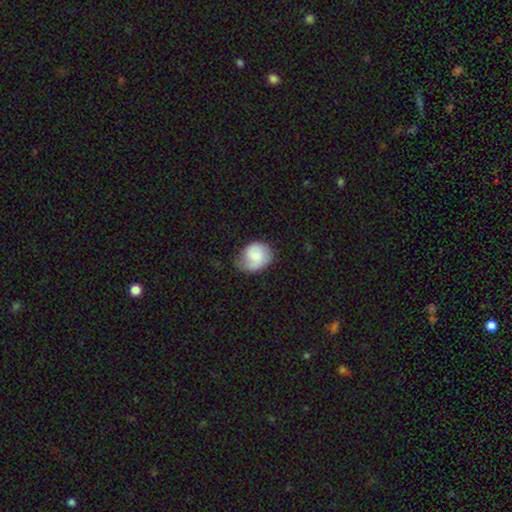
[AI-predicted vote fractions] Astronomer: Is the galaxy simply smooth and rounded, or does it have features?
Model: smooth — 70%.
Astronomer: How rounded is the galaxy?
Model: round — 57% (runner-up: in between, 42%).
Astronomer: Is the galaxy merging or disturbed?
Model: none — 42% (runner-up: minor disturbance, 40%).